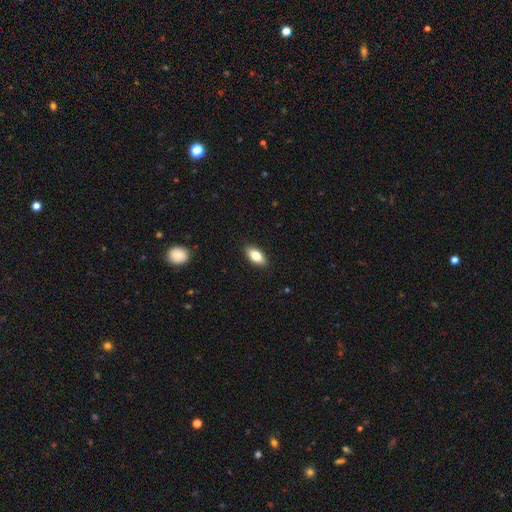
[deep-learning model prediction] Q: Smooth or featured?
A: smooth (78%); runner-up: featured or disk (15%)
Q: How rounded?
A: in between (88%); runner-up: cigar-shaped (8%)
Q: Merging?
A: none (89%); runner-up: minor disturbance (8%)